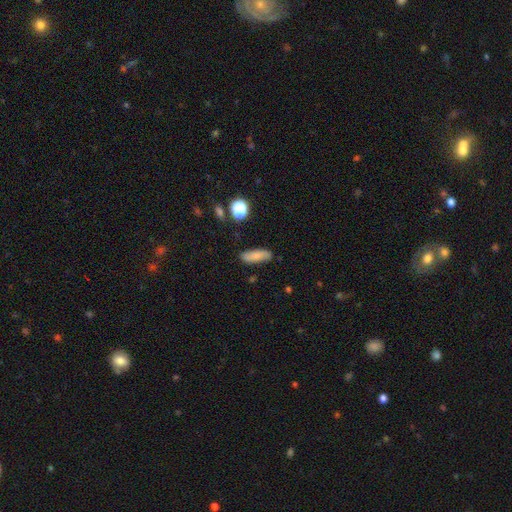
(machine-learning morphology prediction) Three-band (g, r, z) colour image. It shows a smooth galaxy with no disk features (77%) that is in between round and cigar-shaped (52%). Merging: none (80%).